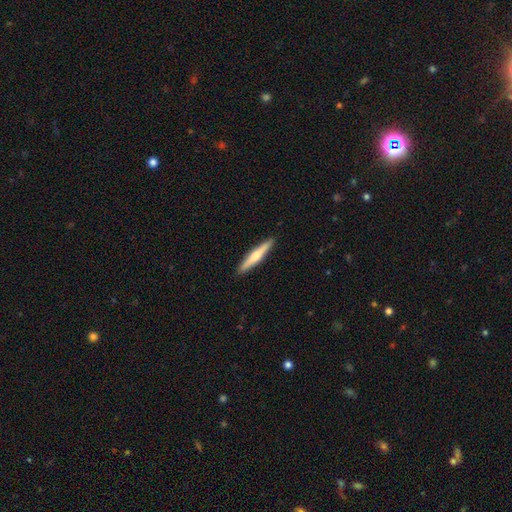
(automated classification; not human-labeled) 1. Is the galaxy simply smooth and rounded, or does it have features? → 48% smooth, 47% featured or disk, 5% star or artifact.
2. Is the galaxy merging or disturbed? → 92% none, 6% minor disturbance, 1% major disturbance, 1% merger.